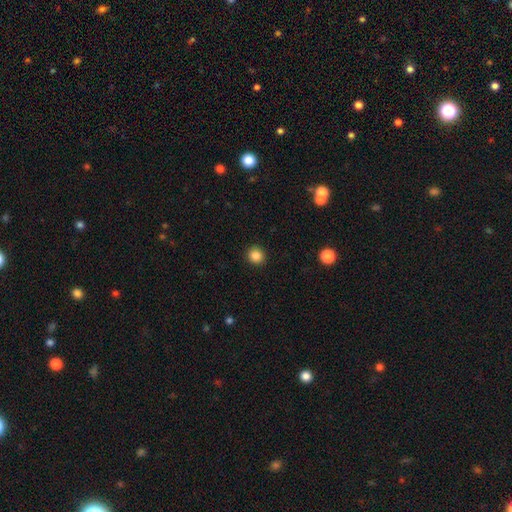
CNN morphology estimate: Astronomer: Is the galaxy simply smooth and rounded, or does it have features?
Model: smooth — 86%.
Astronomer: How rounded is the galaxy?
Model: round — 90%.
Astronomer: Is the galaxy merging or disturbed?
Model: none — 92%.